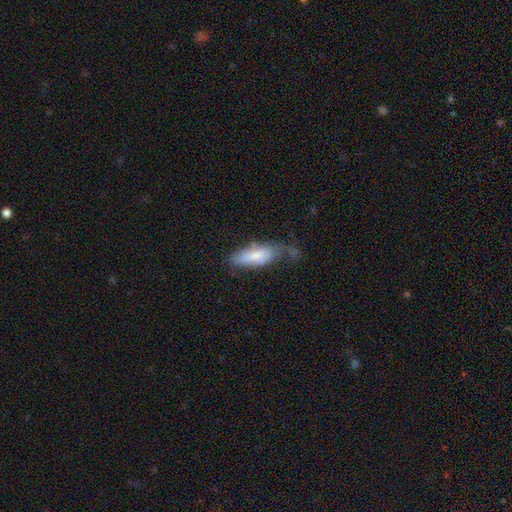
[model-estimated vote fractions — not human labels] Smooth or featured: smooth — 72% (featured or disk — 22%)
How rounded: in between — 69% (cigar-shaped — 29%)
Merging: none — 37% (minor disturbance — 35%)